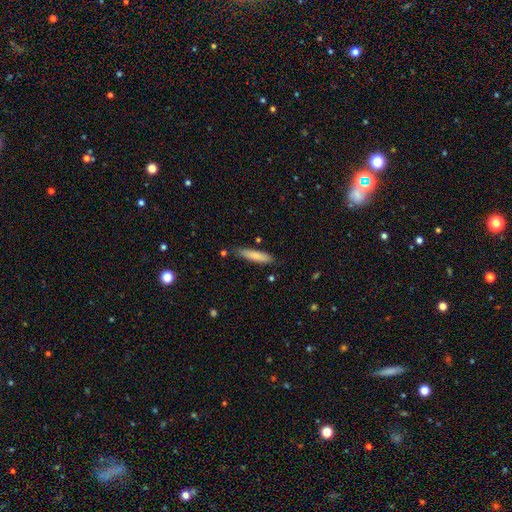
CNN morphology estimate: This appears to be a smooth galaxy with no disk features (78%) that is cigar-shaped (82%). Merging: none (80%).